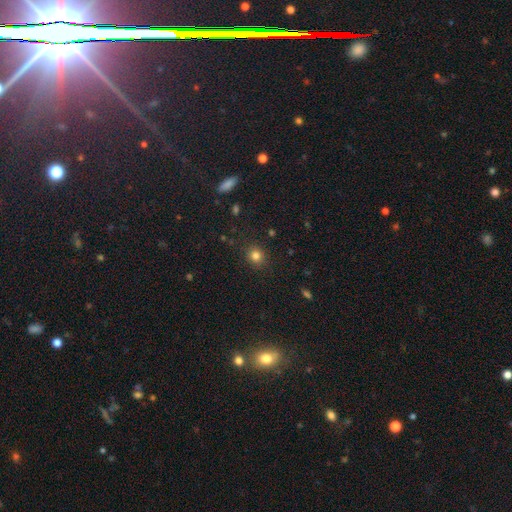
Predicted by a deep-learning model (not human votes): smooth 82%, star or artifact 13%, featured or disk 5%. Down the decision tree: how rounded — round (85%); merging — none (88%).